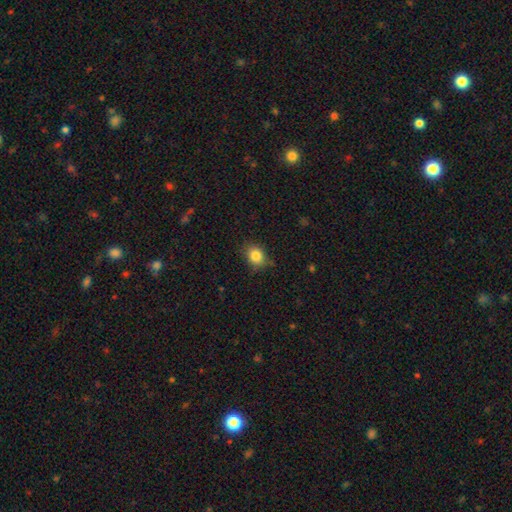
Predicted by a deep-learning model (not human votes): A smooth galaxy with no disk features (83%) that is round (60%).

Vote fractions:
- Smooth or featured? smooth: 83% / star or artifact: 11% / featured or disk: 6%
- How rounded? round: 60% / in between: 39% / cigar-shaped: 1%
- Merging? none: 75% / minor disturbance: 19% / major disturbance: 4% / merger: 2%